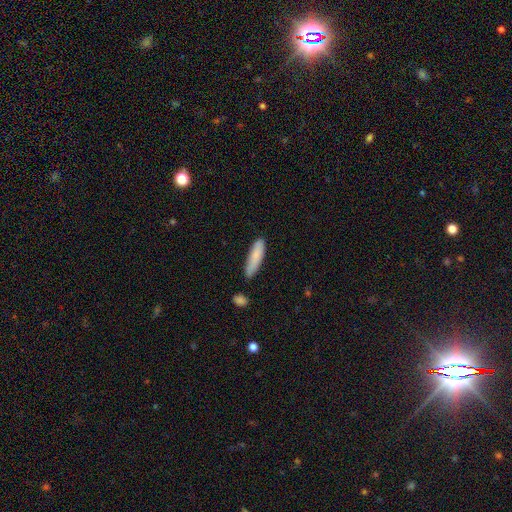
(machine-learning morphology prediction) This appears to be a smooth galaxy with no disk features (83%) that is cigar-shaped (75%). Merging: none (75%).